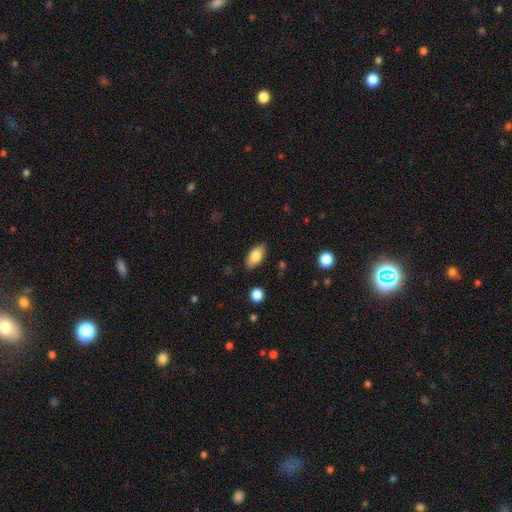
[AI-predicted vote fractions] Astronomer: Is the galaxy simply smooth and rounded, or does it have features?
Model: smooth — 80%.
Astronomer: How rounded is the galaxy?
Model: in between — 91%.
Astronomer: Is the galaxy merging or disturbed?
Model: none — 85%.